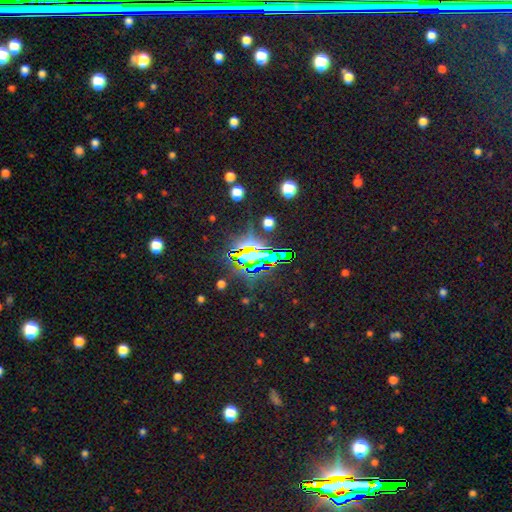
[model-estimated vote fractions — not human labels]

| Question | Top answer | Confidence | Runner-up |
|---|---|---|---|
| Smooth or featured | star or artifact | 74% | smooth (14%) |